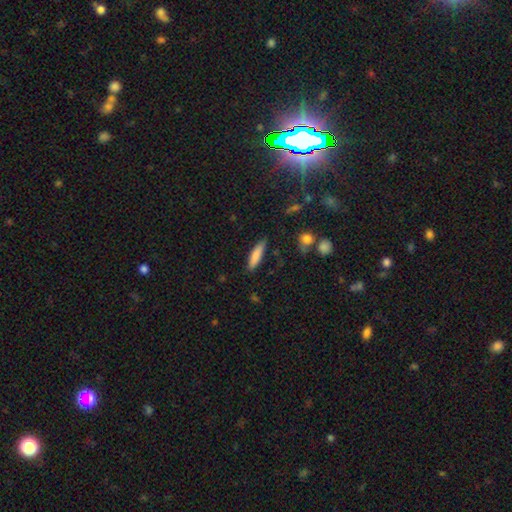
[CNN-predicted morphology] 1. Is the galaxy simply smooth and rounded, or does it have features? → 81% smooth, 13% featured or disk, 6% star or artifact.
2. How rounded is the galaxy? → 71% cigar-shaped, 27% in between, 2% round.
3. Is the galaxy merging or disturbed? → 83% none, 13% minor disturbance, 3% major disturbance, 2% merger.